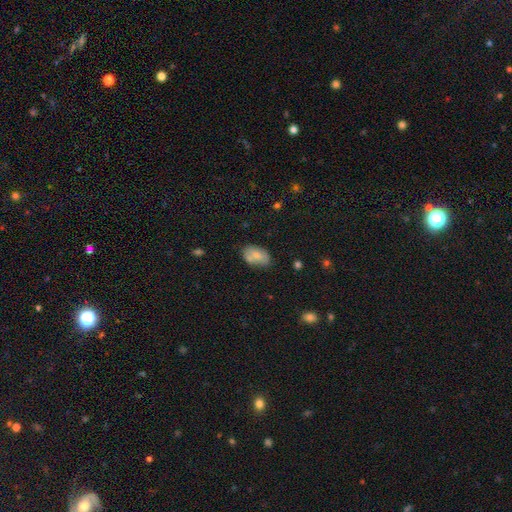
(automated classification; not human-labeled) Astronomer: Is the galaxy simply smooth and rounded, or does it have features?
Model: smooth — 70%.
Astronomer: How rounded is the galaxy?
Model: in between — 91%.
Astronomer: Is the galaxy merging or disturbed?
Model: none — 60%.